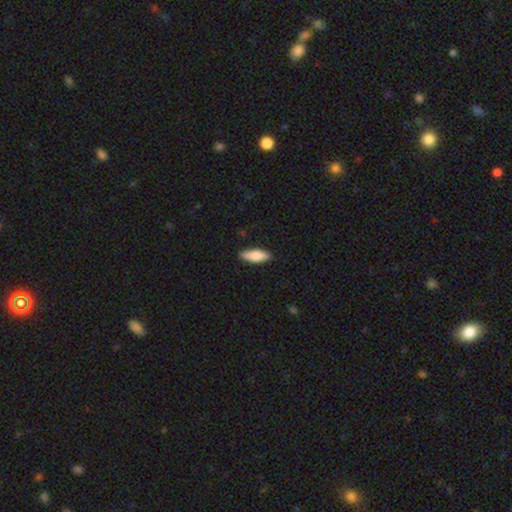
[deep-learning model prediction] Smooth or featured? Predicted: smooth (p=0.78). How rounded? Predicted: in between (p=0.57). Merging? Predicted: none (p=0.88).